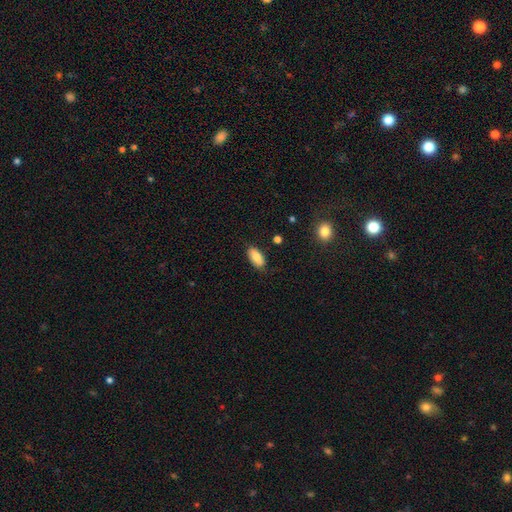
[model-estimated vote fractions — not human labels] This is clearly a smooth galaxy (81%). How rounded: clearly in between (91%). Merging: clearly none (82%).